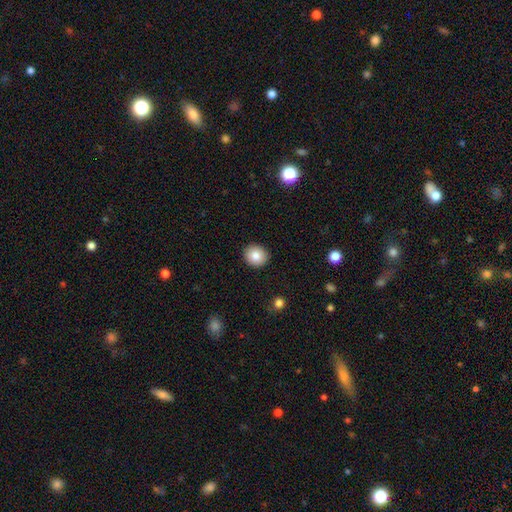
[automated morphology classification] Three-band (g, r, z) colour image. It shows a smooth galaxy with no disk features (83%) that is round (84%). Merging: none (91%).